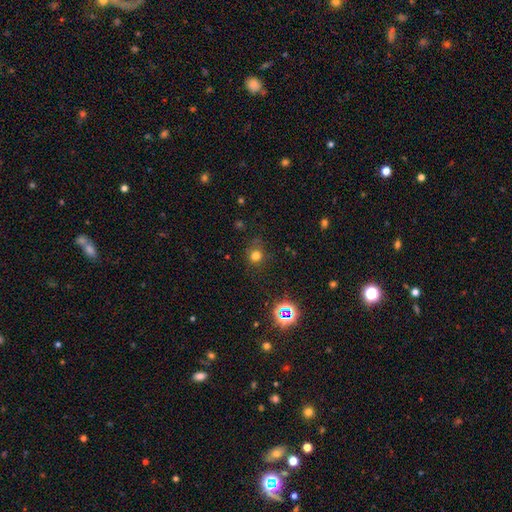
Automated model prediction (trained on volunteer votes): A smooth galaxy with no disk features (72%) that is round (86%). Merging: none (78%).